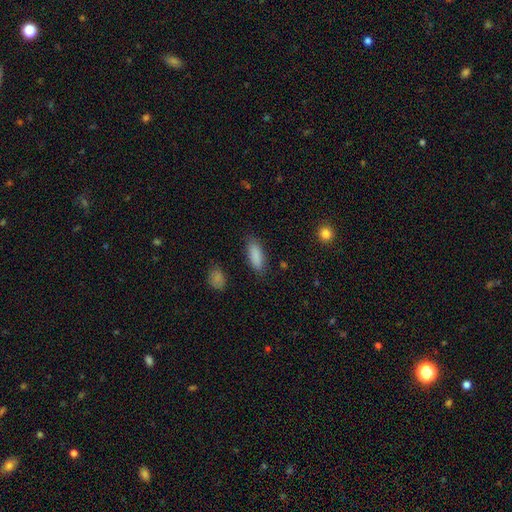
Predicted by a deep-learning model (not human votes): Smooth or featured? Predicted: smooth (p=0.88). How rounded? Predicted: in between (p=0.75). Merging? Predicted: none (p=0.83).